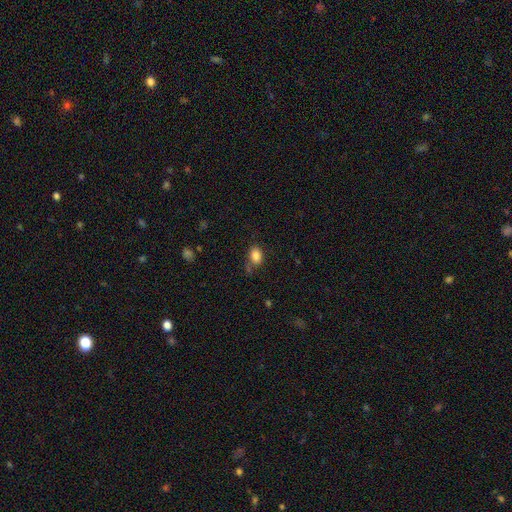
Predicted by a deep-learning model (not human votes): smooth_or_featured: smooth (p=0.85) [alt: star or artifact p=0.10]
how_rounded: in between (p=0.81) [alt: round p=0.17]
merging: none (p=0.66) [alt: minor disturbance p=0.20]